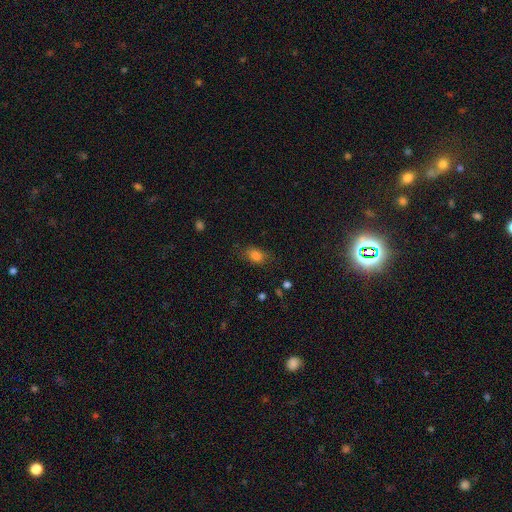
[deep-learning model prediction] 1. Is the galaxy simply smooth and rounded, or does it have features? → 81% smooth, 11% star or artifact, 7% featured or disk.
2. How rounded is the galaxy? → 76% in between, 22% round, 3% cigar-shaped.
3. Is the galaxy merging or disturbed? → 73% none, 19% minor disturbance, 7% major disturbance, 2% merger.